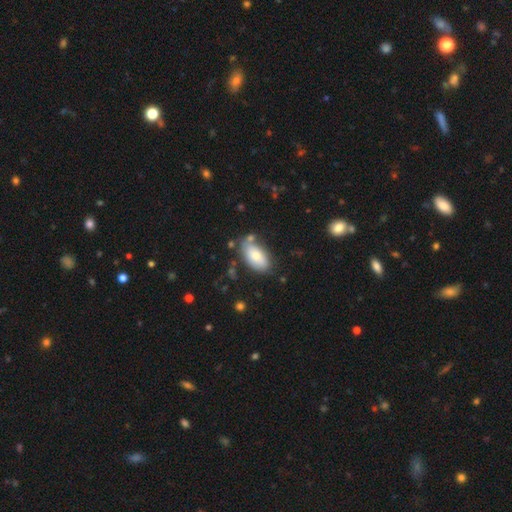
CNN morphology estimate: This appears to be a smooth galaxy with no disk features (74%) that is in between round and cigar-shaped (94%). Merging: none (69%).